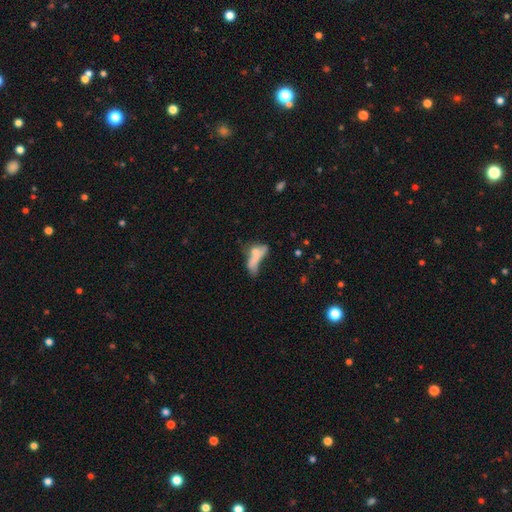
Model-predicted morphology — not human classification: This appears to be a smooth galaxy with no disk features (56%) that is in between round and cigar-shaped (58%). Merging: merger (42%).